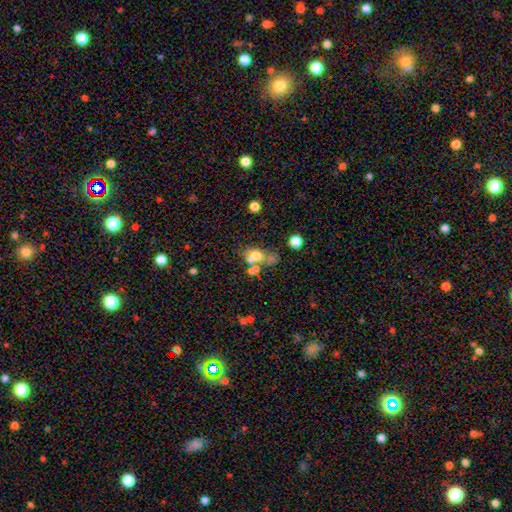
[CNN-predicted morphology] The model was most divided on "merging": merger: 47%, none: 30%, minor disturbance: 12%, major disturbance: 11%. More confident: smooth or featured — smooth (60%); how rounded — in between (58%).